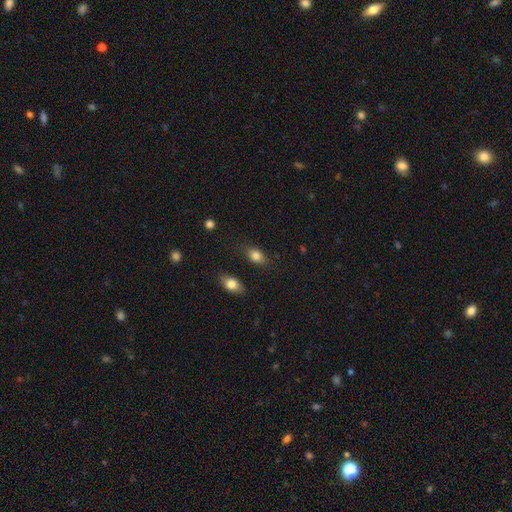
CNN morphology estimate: smooth_or_featured: smooth (p=0.83) [alt: star or artifact p=0.09]
how_rounded: in between (p=0.83) [alt: round p=0.15]
merging: none (p=0.80) [alt: minor disturbance p=0.13]